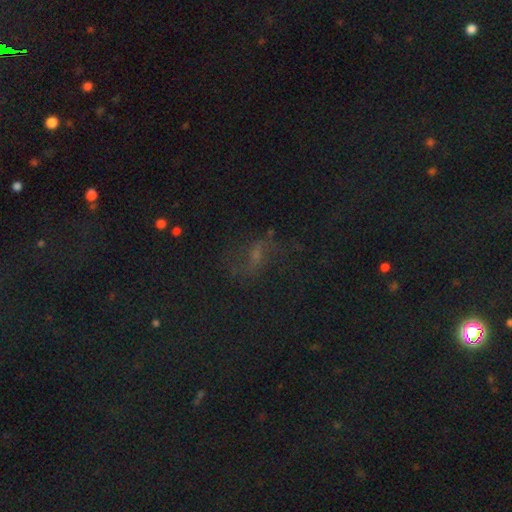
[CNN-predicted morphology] Smooth or featured?
  - featured or disk: 36% *
  - star or artifact: 33%
  - smooth: 31%
Merging?
  - none: 56% *
  - major disturbance: 21%
  - minor disturbance: 20%
  - merger: 3%